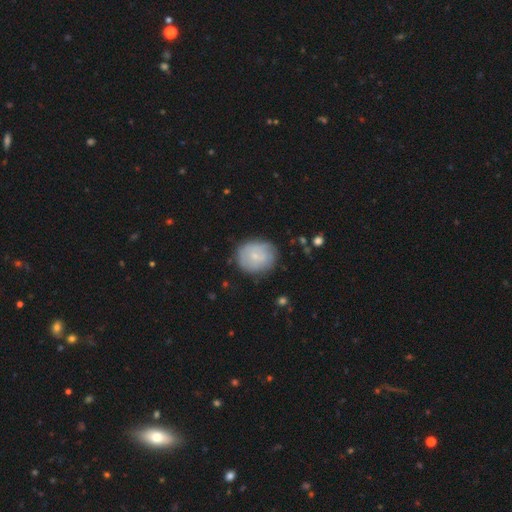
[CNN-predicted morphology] Smooth or featured: smooth — 64% (featured or disk — 29%)
How rounded: round — 72% (in between — 27%)
Merging: none — 75% (minor disturbance — 19%)